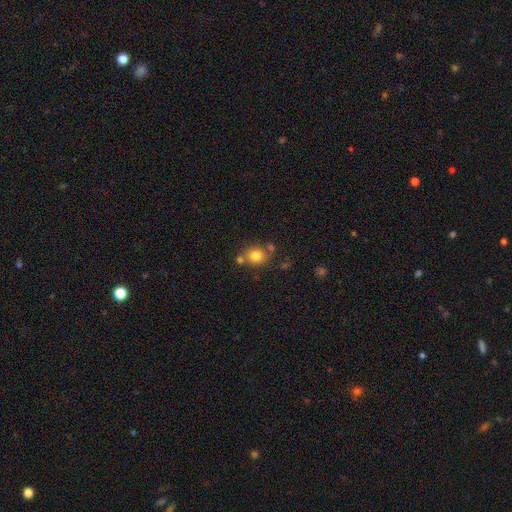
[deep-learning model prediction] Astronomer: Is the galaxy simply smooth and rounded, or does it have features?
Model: smooth — 80%.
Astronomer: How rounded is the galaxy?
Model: round — 77%.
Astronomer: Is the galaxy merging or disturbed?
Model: none — 67%.